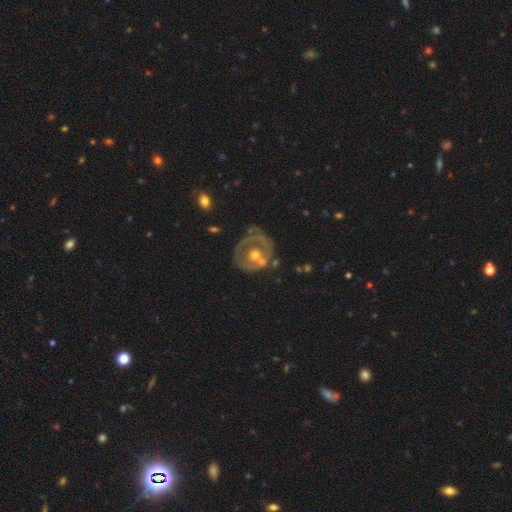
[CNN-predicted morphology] featured or disk 64%, smooth 29%, star or artifact 6%. Down the decision tree: edge-on disk — no (97%); bar — no (82%); spiral arms — no (73%); bulge size — moderate (71%); merging — none (51%).